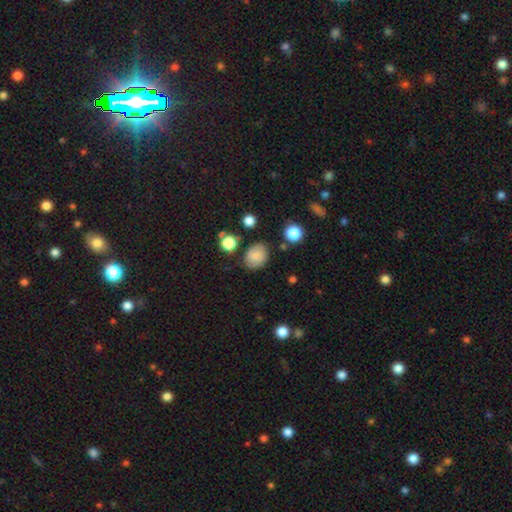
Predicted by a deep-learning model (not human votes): Q: Smooth or featured?
A: smooth (78%); runner-up: featured or disk (12%)
Q: How rounded?
A: in between (55%); runner-up: round (44%)
Q: Merging?
A: none (77%); runner-up: minor disturbance (16%)